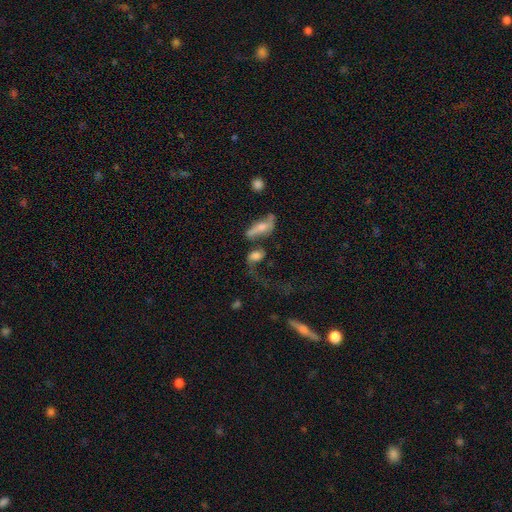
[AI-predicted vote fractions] This is possibly a smooth galaxy (51%). How rounded: likely in between (73%). Merging: marginally merger (35%).